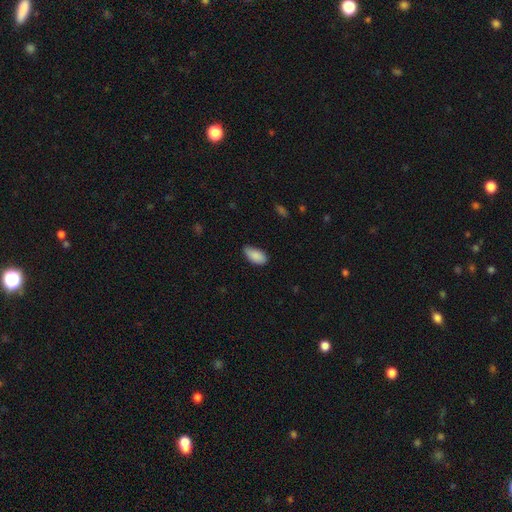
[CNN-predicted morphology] Overall: smooth (89%). How rounded: in between (93%). Merging: none (70%).